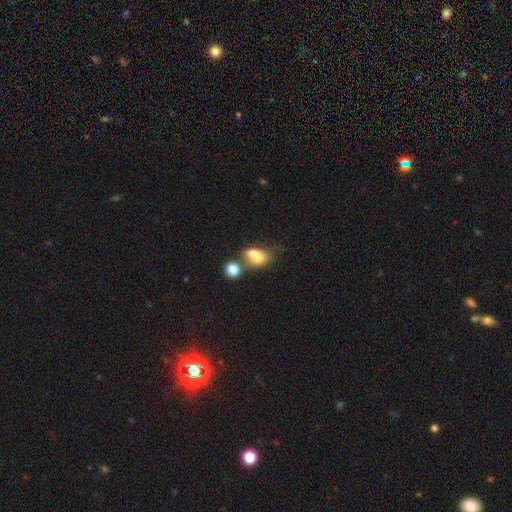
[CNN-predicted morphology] A smooth galaxy with no disk features (65%) that is in between round and cigar-shaped (70%).

Vote fractions:
- Smooth or featured? smooth: 65% / featured or disk: 23% / star or artifact: 13%
- How rounded? in between: 70% / round: 26% / cigar-shaped: 4%
- Merging? merger: 57% / none: 22% / minor disturbance: 11% / major disturbance: 10%